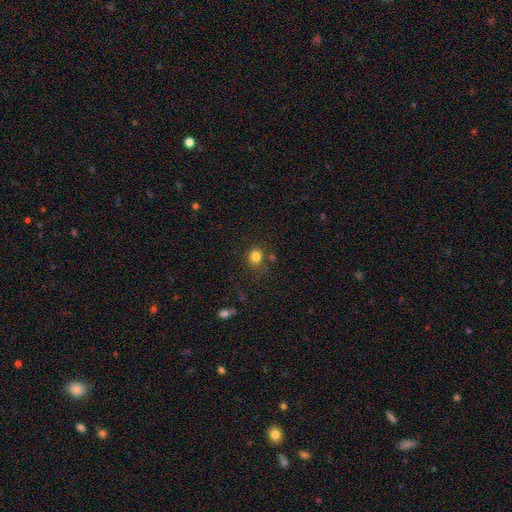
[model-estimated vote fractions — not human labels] Smooth or featured? Predicted: smooth (p=0.82). How rounded? Predicted: round (p=0.79). Merging? Predicted: none (p=0.74).